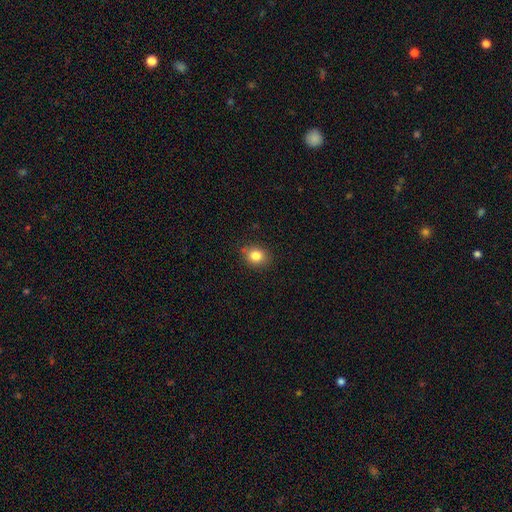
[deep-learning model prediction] The model was most divided on "how rounded": round: 58%, in between: 41%, cigar-shaped: 1%. More confident: merging — none (84%); smooth or featured — smooth (83%).